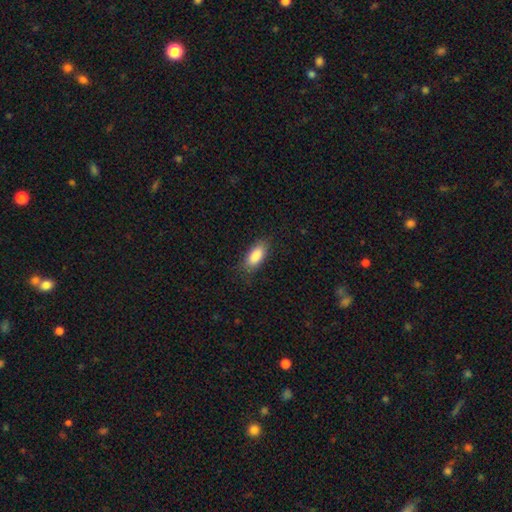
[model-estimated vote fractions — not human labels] The model was most divided on "merging": none: 80%, minor disturbance: 14%, major disturbance: 4%, merger: 1%. More confident: smooth or featured — smooth (85%); how rounded — in between (83%).